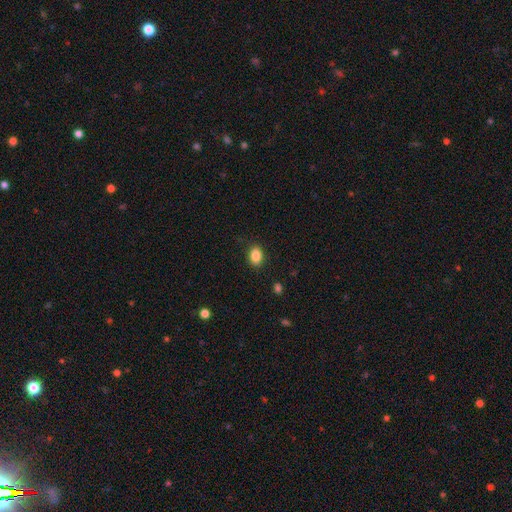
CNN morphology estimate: Q: Smooth or featured?
A: smooth (87%); runner-up: star or artifact (9%)
Q: How rounded?
A: in between (76%); runner-up: round (23%)
Q: Merging?
A: none (87%); runner-up: minor disturbance (9%)